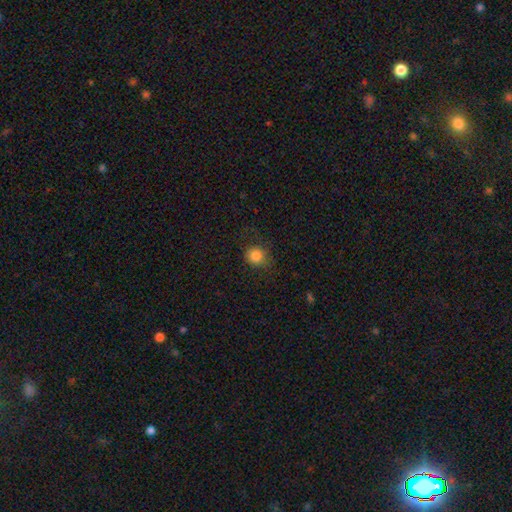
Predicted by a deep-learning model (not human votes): A smooth galaxy with no disk features (85%) that is round (84%). Merging: none (74%).